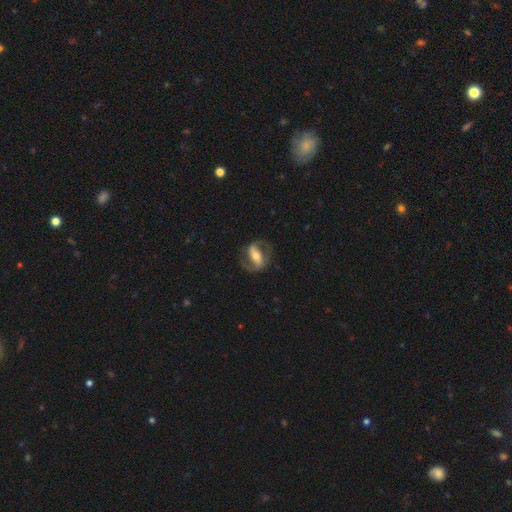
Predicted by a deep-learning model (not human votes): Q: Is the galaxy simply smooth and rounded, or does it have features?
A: featured or disk — 76%.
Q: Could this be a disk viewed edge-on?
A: no — 91%.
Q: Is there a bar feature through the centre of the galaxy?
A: strong — 65%.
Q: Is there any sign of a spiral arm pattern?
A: yes — 79%.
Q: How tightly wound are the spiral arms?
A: medium — 48%.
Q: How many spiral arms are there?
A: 2 — 87%.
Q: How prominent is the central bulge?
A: moderate — 54%.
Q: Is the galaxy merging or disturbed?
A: none — 73%.